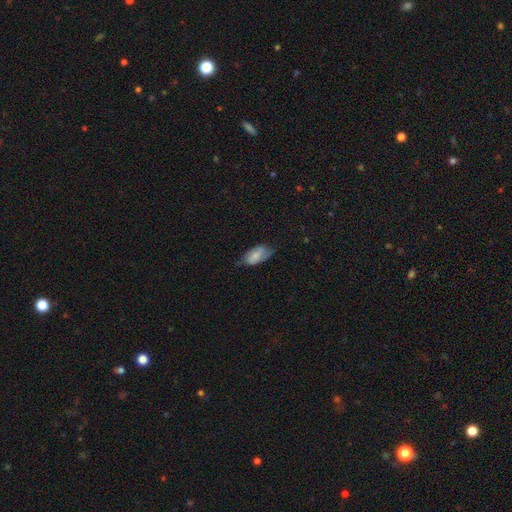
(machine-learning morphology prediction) This appears to be a smooth galaxy with no disk features (62%) that is in between round and cigar-shaped (92%). Merging: none (51%).